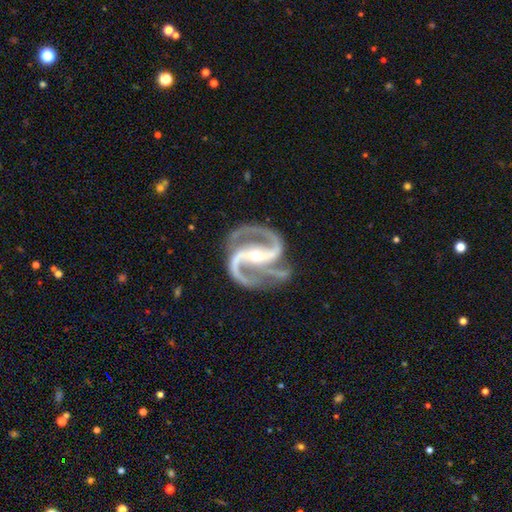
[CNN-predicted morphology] smooth_or_featured: featured or disk (p=0.94) [alt: star or artifact p=0.04]
disk_edge_on: no (p=0.98) [alt: yes p=0.02]
bar: strong (p=0.71) [alt: weak p=0.18]
has_spiral_arms: yes (p=0.99) [alt: no p=0.01]
spiral_winding: medium (p=0.64) [alt: tight p=0.23]
spiral_arm_count: 2 (p=0.94) [alt: 3 p=0.02]
bulge_size: small (p=0.62) [alt: moderate p=0.35]
merging: none (p=0.81) [alt: minor disturbance p=0.12]